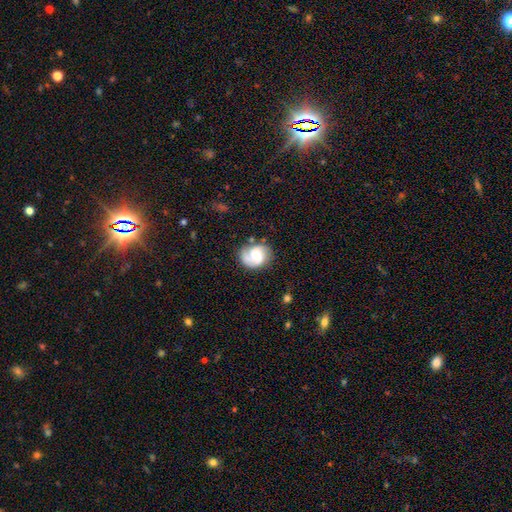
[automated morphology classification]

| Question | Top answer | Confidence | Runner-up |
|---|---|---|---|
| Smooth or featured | featured or disk | 63% | smooth (29%) |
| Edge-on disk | no | 98% | yes (2%) |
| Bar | weak | 44% | no (41%) |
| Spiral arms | yes | 91% | no (9%) |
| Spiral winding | medium | 43% | loose (30%) |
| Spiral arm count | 2 | 67% | 1 (21%) |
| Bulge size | moderate | 27% | none (26%) |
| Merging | none | 65% | minor disturbance (21%) |